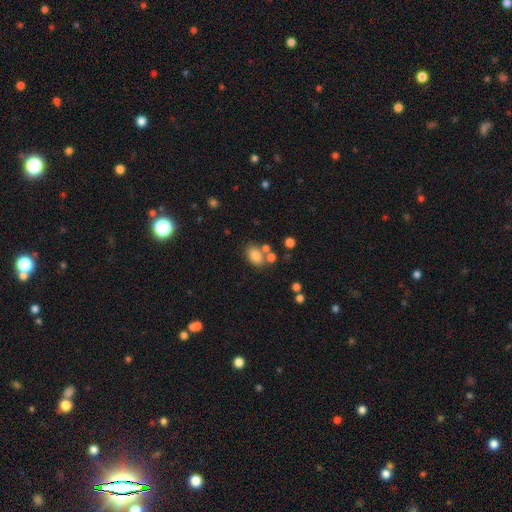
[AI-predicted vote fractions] smooth 81%, star or artifact 11%, featured or disk 8%. Down the decision tree: how rounded — in between (81%); merging — none (61%).